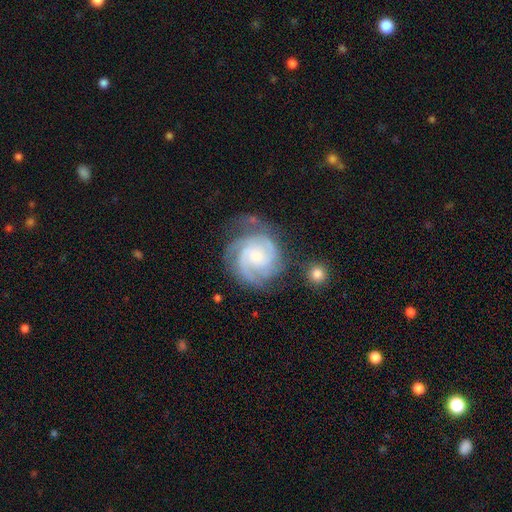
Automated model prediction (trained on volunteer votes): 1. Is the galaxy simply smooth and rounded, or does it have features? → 89% featured or disk, 6% smooth, 5% star or artifact.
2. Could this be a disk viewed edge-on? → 98% no, 2% yes.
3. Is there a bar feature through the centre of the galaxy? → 66% no, 28% weak, 5% strong.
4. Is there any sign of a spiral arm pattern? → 98% yes, 2% no.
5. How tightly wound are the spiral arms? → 64% tight, 31% medium, 5% loose.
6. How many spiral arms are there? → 47% 3, 21% 2, 13% can't tell, 10% 4, 5% 1, 4% more than 4.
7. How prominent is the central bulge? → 63% small, 33% moderate, 2% none, 2% large, 1% dominant.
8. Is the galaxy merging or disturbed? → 66% none, 20% minor disturbance, 10% major disturbance, 4% merger.